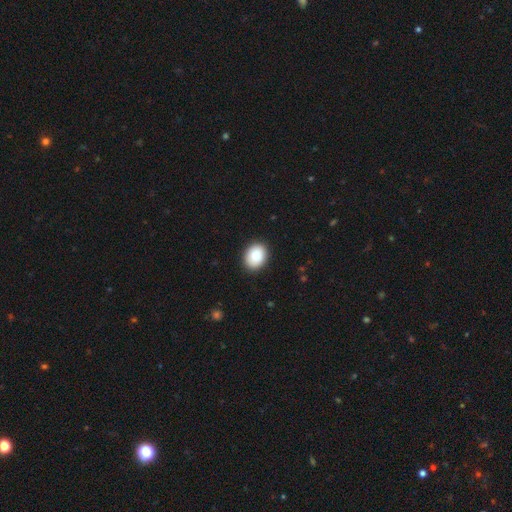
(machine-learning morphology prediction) A smooth galaxy with no disk features (87%) that is in between round and cigar-shaped (56%).

Vote fractions:
- Smooth or featured? smooth: 87% / star or artifact: 7% / featured or disk: 6%
- How rounded? in between: 56% / round: 43% / cigar-shaped: 1%
- Merging? none: 90% / minor disturbance: 7% / major disturbance: 2% / merger: 1%